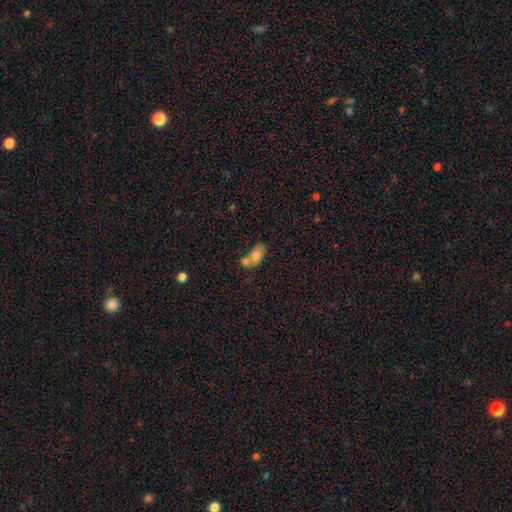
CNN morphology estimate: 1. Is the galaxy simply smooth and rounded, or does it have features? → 70% smooth, 22% featured or disk, 8% star or artifact.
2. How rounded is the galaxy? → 87% in between, 10% round, 3% cigar-shaped.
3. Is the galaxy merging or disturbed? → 54% merger, 27% none, 13% minor disturbance, 6% major disturbance.